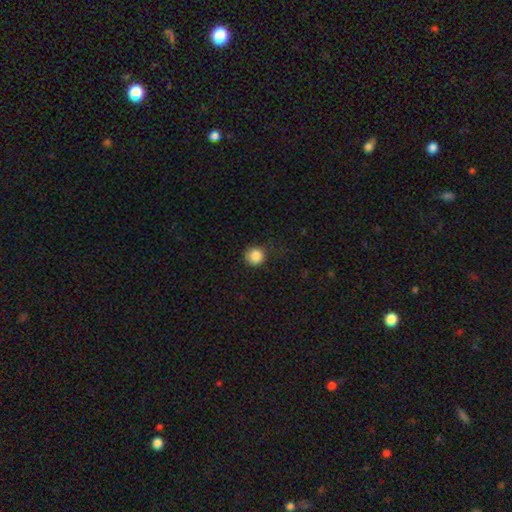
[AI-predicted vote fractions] Smooth or featured: smooth — 86% (star or artifact — 10%)
How rounded: round — 91% (in between — 8%)
Merging: none — 70% (minor disturbance — 22%)